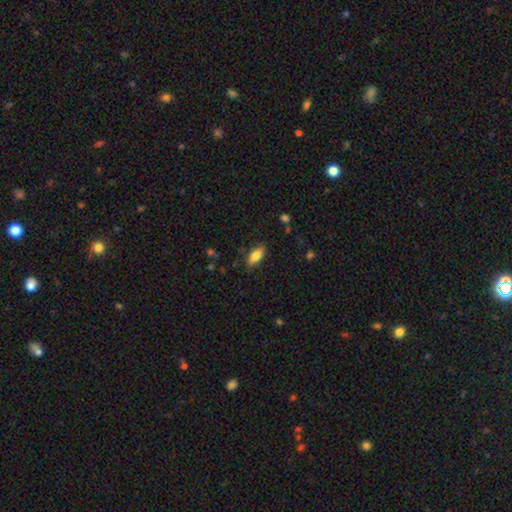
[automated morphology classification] Overall: smooth (81%). How rounded: in between (84%). Merging: none (84%).